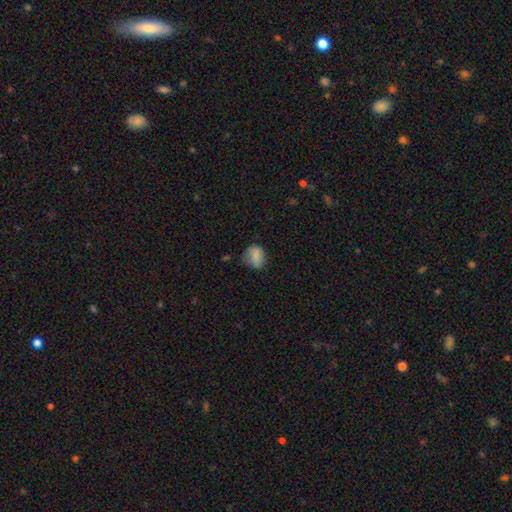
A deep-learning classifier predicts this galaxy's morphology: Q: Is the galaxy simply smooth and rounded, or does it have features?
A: smooth — 77%.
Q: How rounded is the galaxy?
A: round — 51%.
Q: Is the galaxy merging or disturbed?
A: none — 60%.